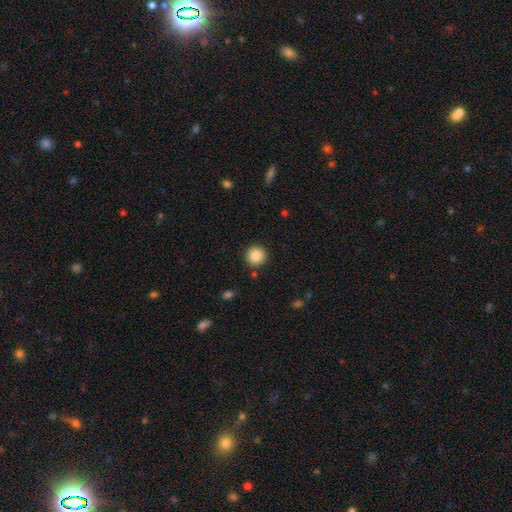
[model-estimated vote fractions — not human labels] Overall: smooth (87%). How rounded: round (95%). Merging: none (90%).